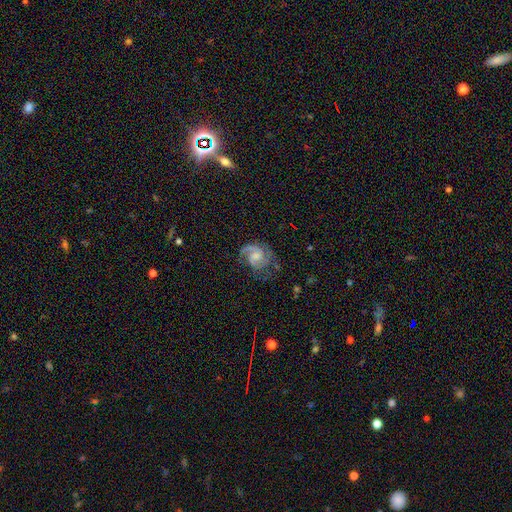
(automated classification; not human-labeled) featured or disk 87%, smooth 8%, star or artifact 5%. Down the decision tree: edge-on disk — no (98%); bar — no (53%); spiral arms — yes (97%); spiral arm count — 2 (79%); spiral winding — medium (52%); bulge size — small (40%); merging — none (62%).